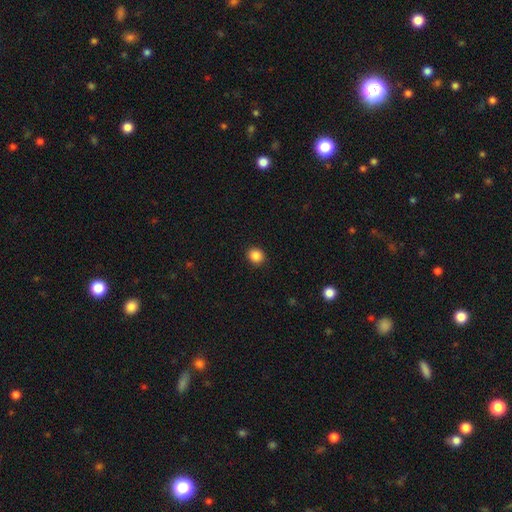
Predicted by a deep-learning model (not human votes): Q: Smooth or featured?
A: smooth (87%); runner-up: star or artifact (10%)
Q: How rounded?
A: round (80%); runner-up: in between (19%)
Q: Merging?
A: none (92%); runner-up: minor disturbance (5%)